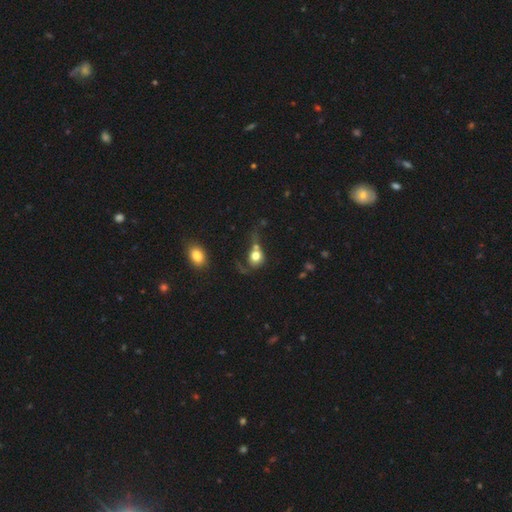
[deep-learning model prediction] A smooth galaxy with no disk features (73%) that is round (76%).

Vote fractions:
- Smooth or featured? smooth: 73% / featured or disk: 16% / star or artifact: 11%
- How rounded? round: 76% / in between: 23% / cigar-shaped: 2%
- Merging? merger: 29% / major disturbance: 28% / none: 28% / minor disturbance: 15%